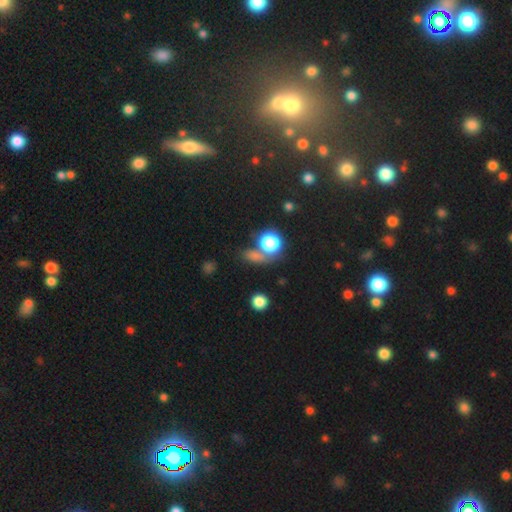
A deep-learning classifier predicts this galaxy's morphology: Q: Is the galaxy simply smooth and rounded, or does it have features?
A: smooth — 67%.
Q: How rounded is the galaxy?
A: round — 63%.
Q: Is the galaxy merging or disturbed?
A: none — 55%.